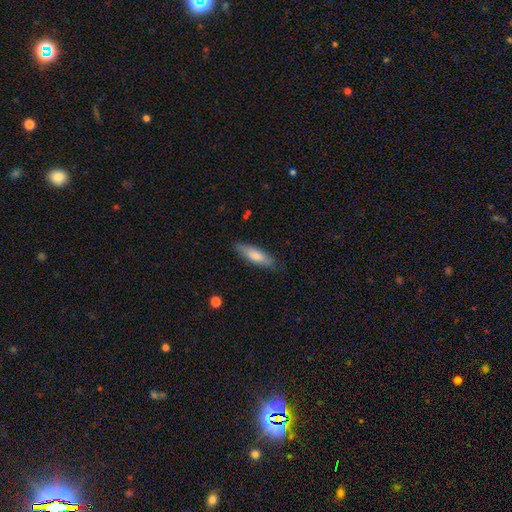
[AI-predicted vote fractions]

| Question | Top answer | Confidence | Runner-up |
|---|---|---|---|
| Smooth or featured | smooth | 76% | featured or disk (18%) |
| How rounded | cigar-shaped | 58% | in between (40%) |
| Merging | none | 83% | minor disturbance (13%) |